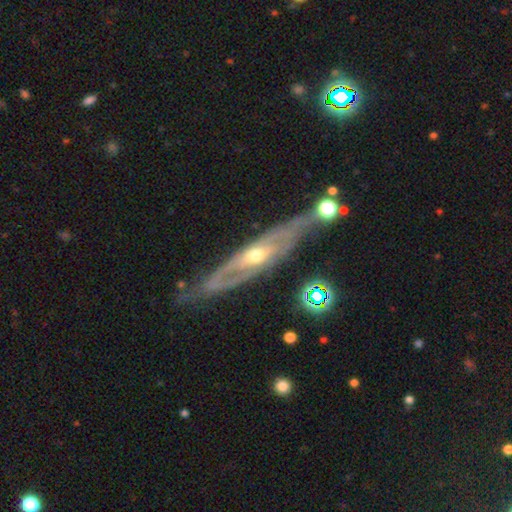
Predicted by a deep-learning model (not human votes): A featured or disk galaxy (82%). Merging: none (61%).